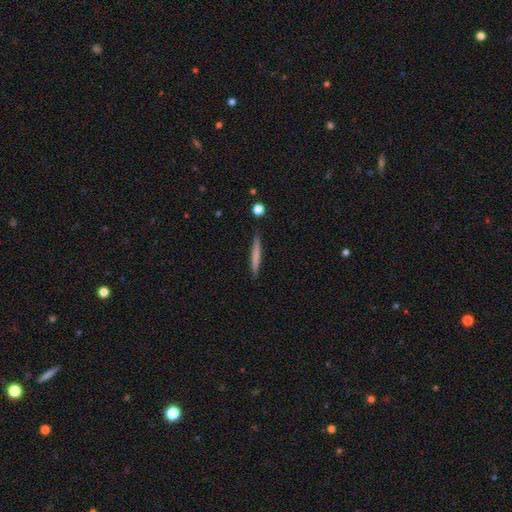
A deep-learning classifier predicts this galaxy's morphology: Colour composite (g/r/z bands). It shows a smooth galaxy with no disk features (62%) that is cigar-shaped (96%). Merging: none (89%).